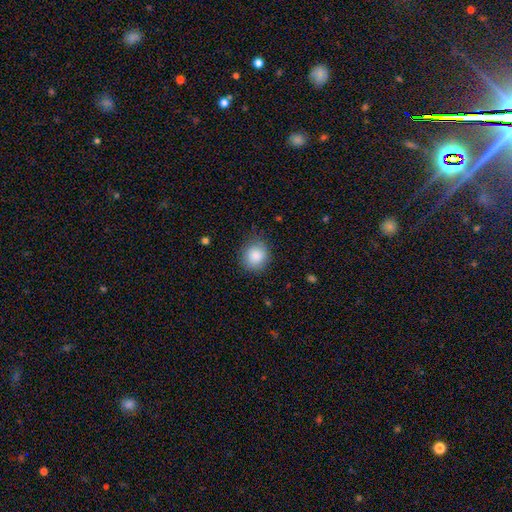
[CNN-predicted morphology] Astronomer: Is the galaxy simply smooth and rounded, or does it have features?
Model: smooth — 86%.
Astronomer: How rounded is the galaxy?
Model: round — 82%.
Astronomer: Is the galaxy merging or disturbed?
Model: none — 80%.